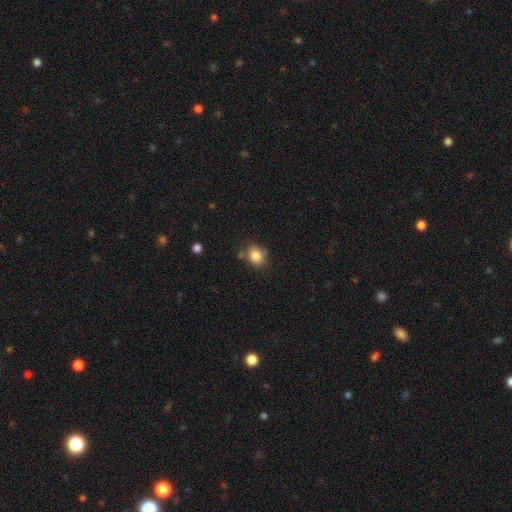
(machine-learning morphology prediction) Q: Smooth or featured?
A: smooth (83%); runner-up: star or artifact (10%)
Q: How rounded?
A: round (60%); runner-up: in between (39%)
Q: Merging?
A: none (70%); runner-up: minor disturbance (18%)